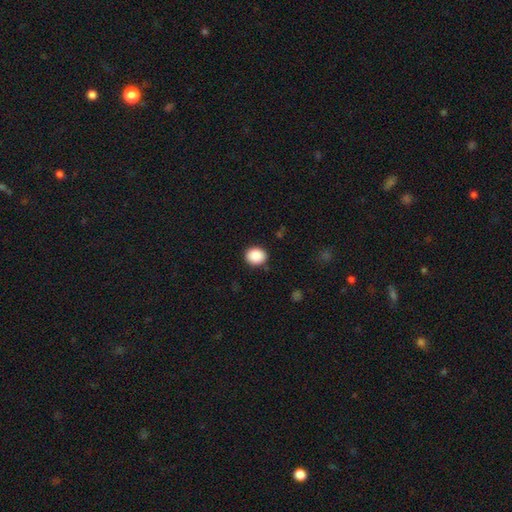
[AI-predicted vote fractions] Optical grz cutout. It shows a smooth galaxy with no disk features (89%) that is round (67%). Merging: none (89%).